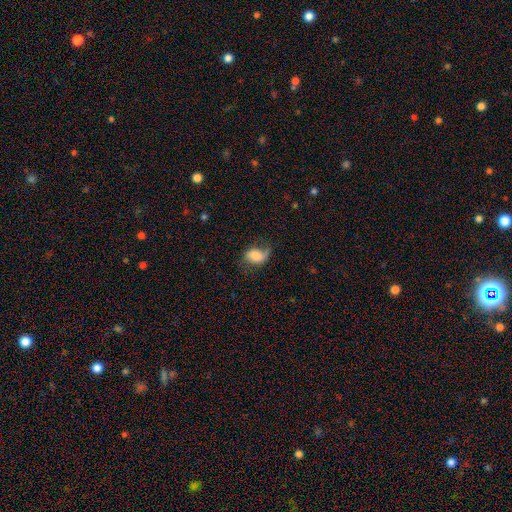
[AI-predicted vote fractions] Smooth or featured? Predicted: smooth (p=0.59). How rounded? Predicted: in between (p=0.78). Merging? Predicted: none (p=0.49).